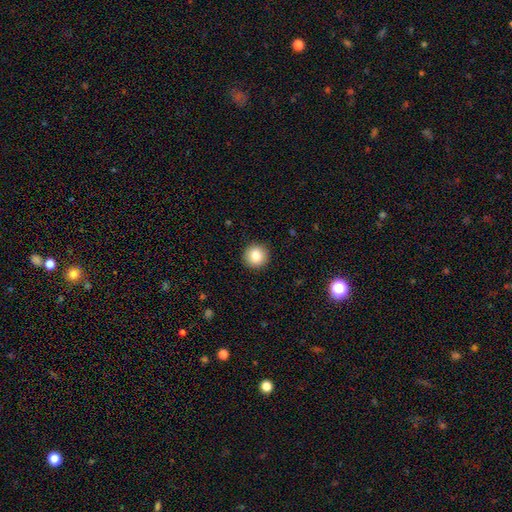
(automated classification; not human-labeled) A smooth galaxy with no disk features (84%) that is round (95%). Merging: none (93%).